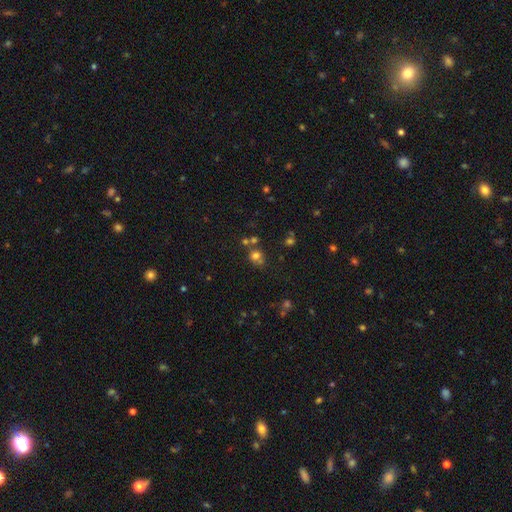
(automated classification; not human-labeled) This appears to be a smooth galaxy with no disk features (65%) that is round (81%). Merging: none (57%).